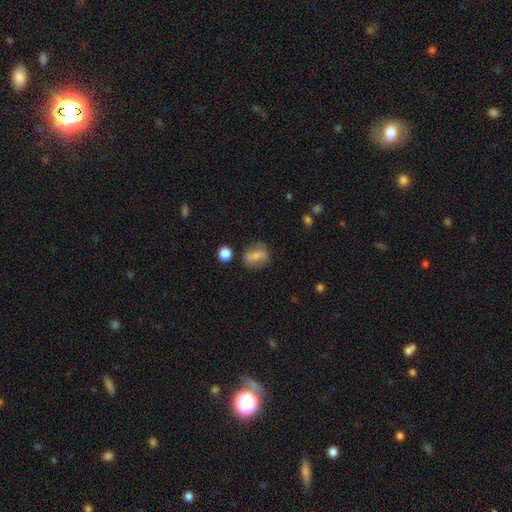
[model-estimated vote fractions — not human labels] Smooth or featured? Predicted: smooth (p=0.60). How rounded? Predicted: in between (p=0.57). Merging? Predicted: none (p=0.69).